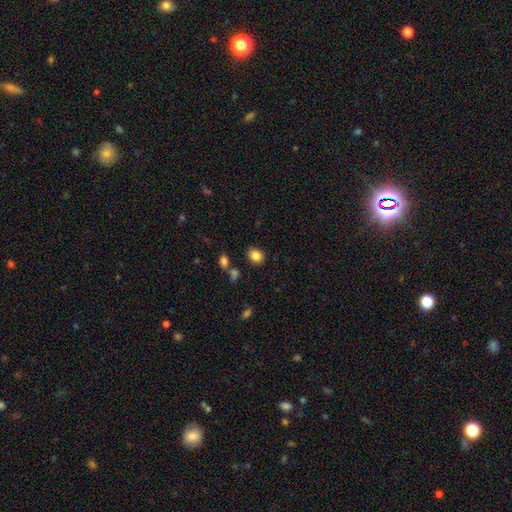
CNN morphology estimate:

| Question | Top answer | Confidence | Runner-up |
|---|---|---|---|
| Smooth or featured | smooth | 85% | star or artifact (10%) |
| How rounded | round | 63% | in between (36%) |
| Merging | none | 84% | minor disturbance (9%) |